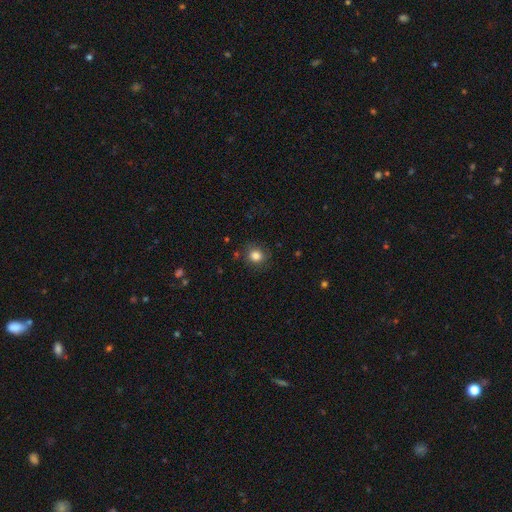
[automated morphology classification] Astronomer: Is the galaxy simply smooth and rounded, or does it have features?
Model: smooth — 84%.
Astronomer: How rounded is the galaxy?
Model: round — 83%.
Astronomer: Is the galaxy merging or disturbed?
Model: none — 82%.